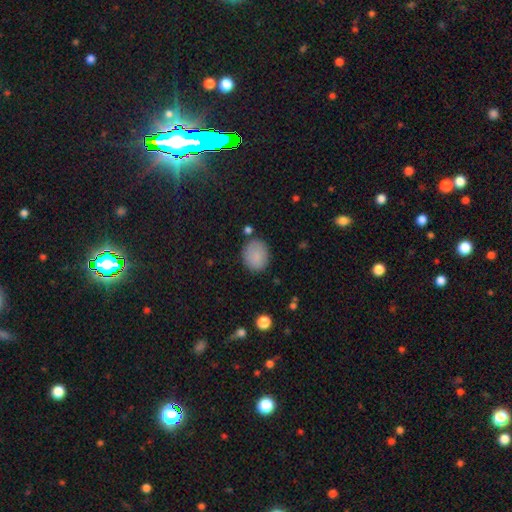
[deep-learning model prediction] A smooth galaxy with no disk features (87%) that is round (60%).

Vote fractions:
- Smooth or featured? smooth: 87% / star or artifact: 8% / featured or disk: 5%
- How rounded? round: 60% / in between: 39% / cigar-shaped: 1%
- Merging? none: 81% / minor disturbance: 13% / major disturbance: 3% / merger: 3%